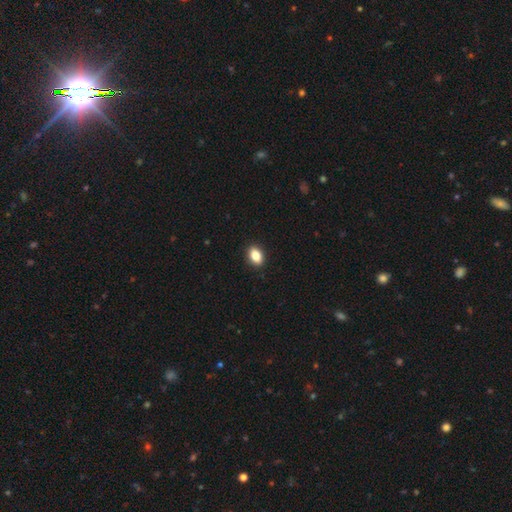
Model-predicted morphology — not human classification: type=smooth (85%); roundness=in between (83%); merging=none (91%).